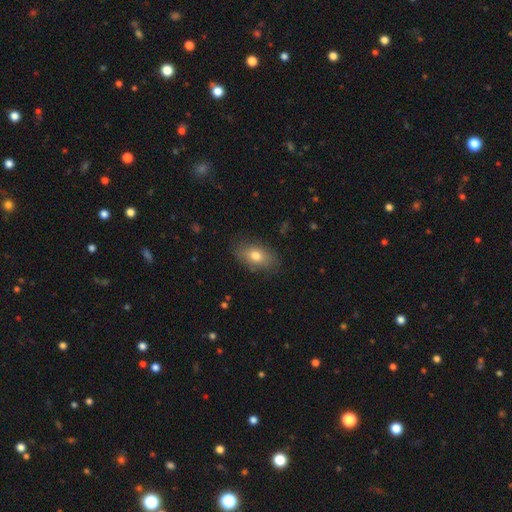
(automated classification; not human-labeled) Q: Smooth or featured?
A: smooth (76%); runner-up: featured or disk (16%)
Q: How rounded?
A: in between (87%); runner-up: round (10%)
Q: Merging?
A: none (83%); runner-up: minor disturbance (13%)